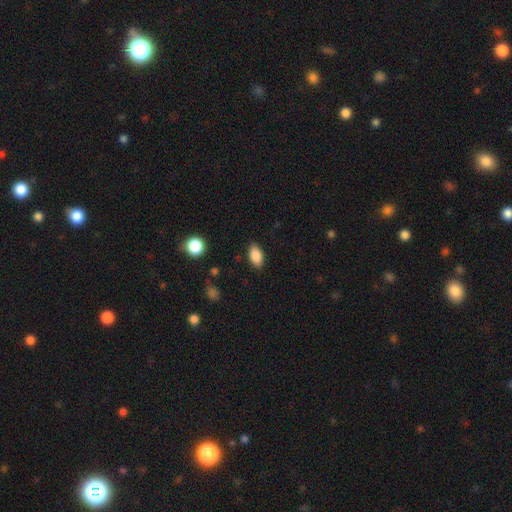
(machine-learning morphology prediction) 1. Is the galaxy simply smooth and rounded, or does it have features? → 86% smooth, 8% star or artifact, 6% featured or disk.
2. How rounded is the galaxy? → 91% in between, 5% round, 4% cigar-shaped.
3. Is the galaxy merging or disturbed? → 85% none, 11% minor disturbance, 3% major disturbance, 1% merger.